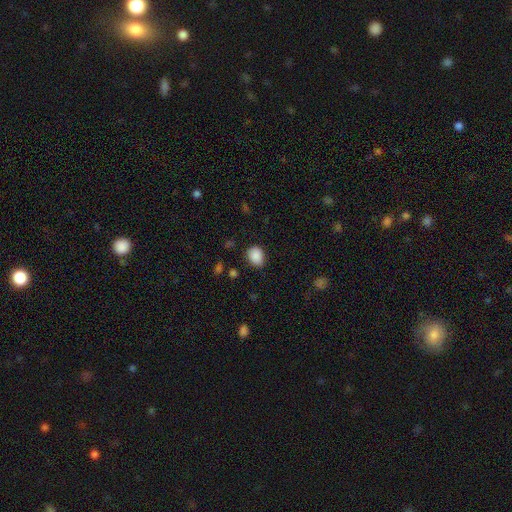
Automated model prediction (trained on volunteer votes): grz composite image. It shows a smooth galaxy with no disk features (88%) that is in between round and cigar-shaped (53%). Merging: none (78%).